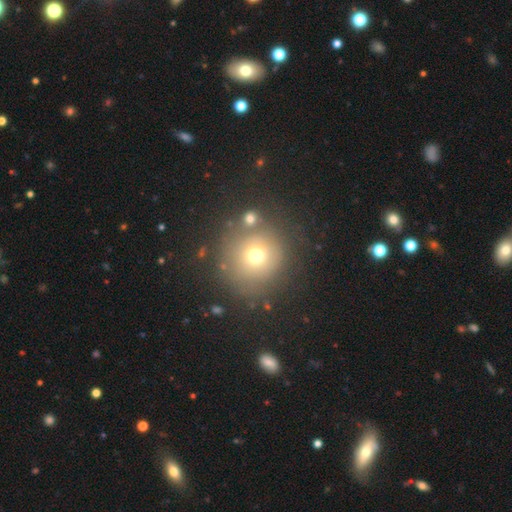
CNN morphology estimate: This appears to be a smooth galaxy with no disk features (68%) that is round (92%). Merging: none (72%).